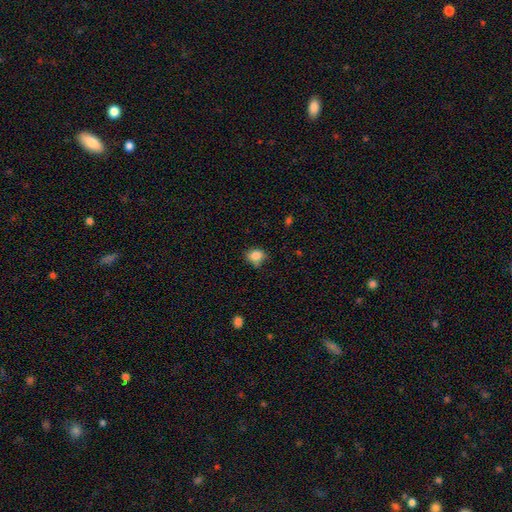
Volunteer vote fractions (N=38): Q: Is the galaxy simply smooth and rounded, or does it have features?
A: smooth — 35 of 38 (92%).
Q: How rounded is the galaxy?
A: round — 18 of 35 (51%).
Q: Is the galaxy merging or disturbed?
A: none — 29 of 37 (78%).